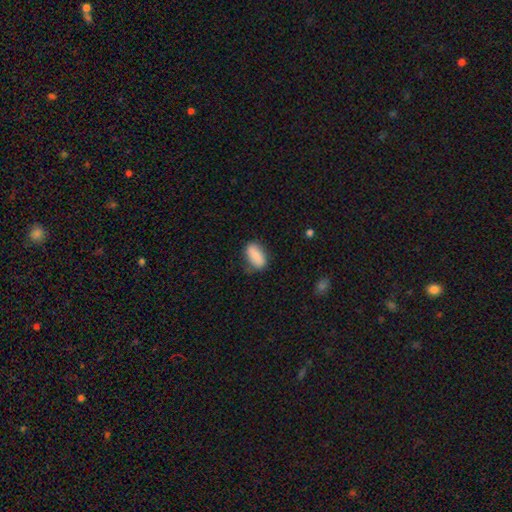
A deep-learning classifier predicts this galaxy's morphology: Smooth or featured: smooth — 82% (featured or disk — 12%)
How rounded: in between — 88% (cigar-shaped — 8%)
Merging: none — 68% (minor disturbance — 24%)